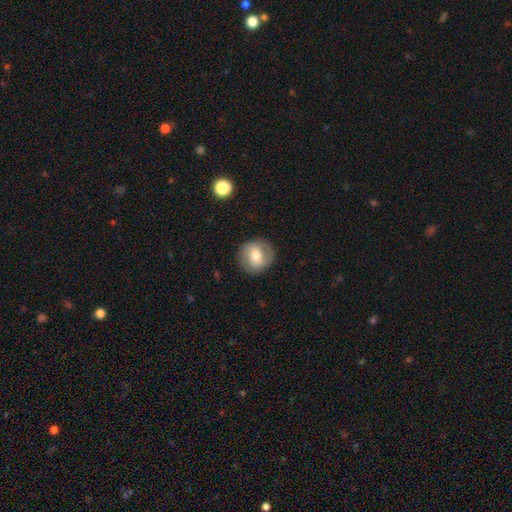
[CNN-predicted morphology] Overall: smooth (55%; featured or disk 37%). How rounded: round (88%). Merging: none (87%).